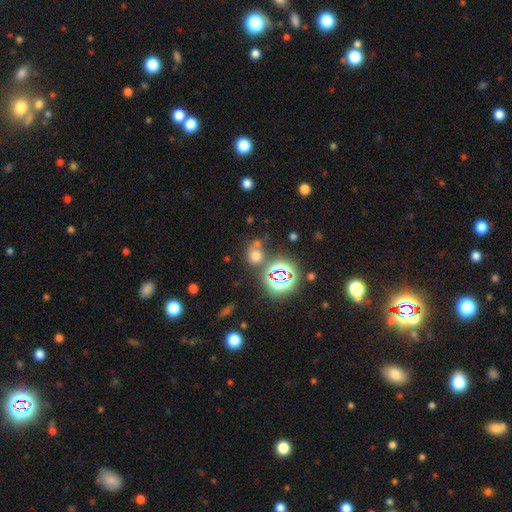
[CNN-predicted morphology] This appears to be a smooth galaxy with no disk features (57%) that is round (76%). Merging: none (65%).